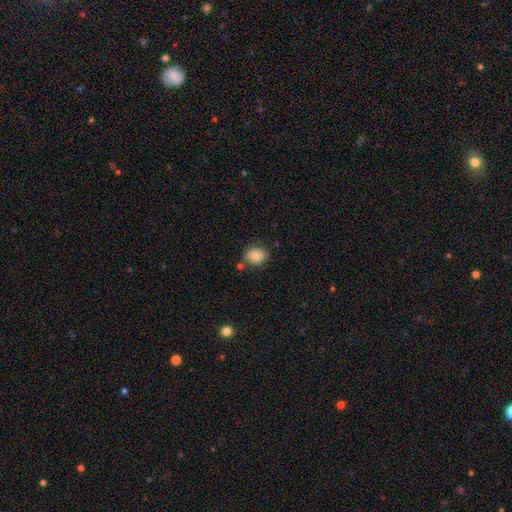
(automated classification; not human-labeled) Smooth or featured? smooth (78%)
How rounded? round (62%)
Merging? none (75%)